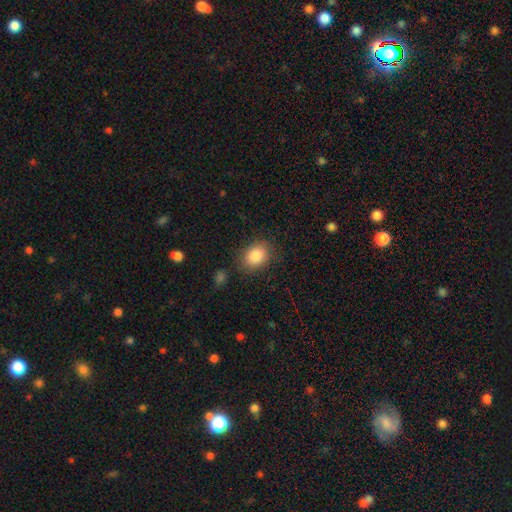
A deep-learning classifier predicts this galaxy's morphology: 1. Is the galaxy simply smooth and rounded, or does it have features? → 85% smooth, 8% star or artifact, 7% featured or disk.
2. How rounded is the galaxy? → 64% in between, 35% round, 1% cigar-shaped.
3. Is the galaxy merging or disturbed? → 80% none, 13% minor disturbance, 4% major disturbance, 2% merger.